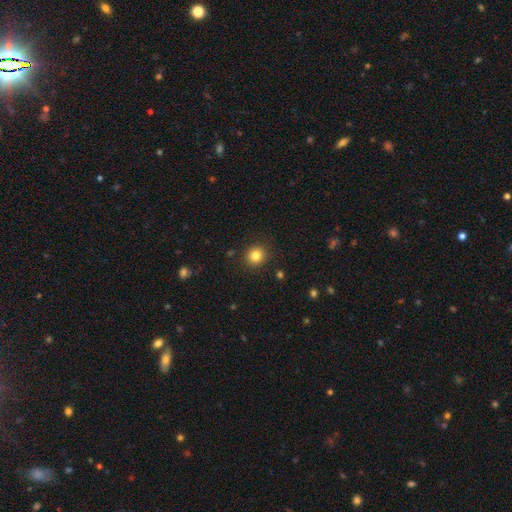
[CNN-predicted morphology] type=smooth (83%); roundness=round (88%); merging=none (90%).